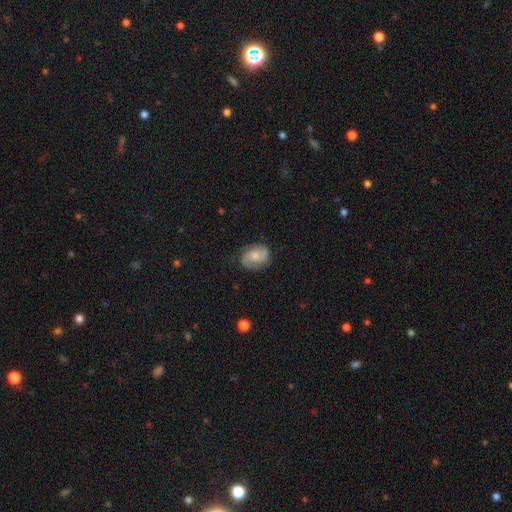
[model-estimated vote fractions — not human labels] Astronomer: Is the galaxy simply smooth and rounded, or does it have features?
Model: featured or disk — 62%.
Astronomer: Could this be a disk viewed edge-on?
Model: no — 97%.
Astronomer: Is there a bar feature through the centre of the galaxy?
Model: no — 60%.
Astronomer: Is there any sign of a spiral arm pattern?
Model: yes — 91%.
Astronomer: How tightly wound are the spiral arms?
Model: medium — 48% (runner-up: tight, 27%).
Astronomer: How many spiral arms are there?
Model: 2 — 85%.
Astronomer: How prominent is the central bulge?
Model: moderate — 46% (runner-up: small, 41%).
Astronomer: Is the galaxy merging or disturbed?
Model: none — 75%.